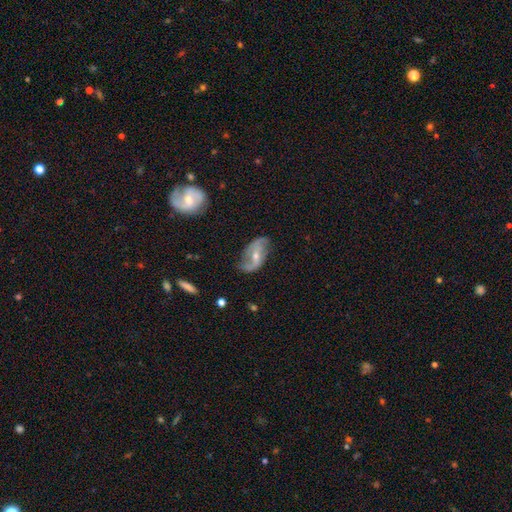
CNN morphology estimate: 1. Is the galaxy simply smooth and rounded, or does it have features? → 78% featured or disk, 14% smooth, 7% star or artifact.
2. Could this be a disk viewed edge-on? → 94% no, 6% yes.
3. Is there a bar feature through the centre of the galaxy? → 42% weak, 31% strong, 28% no.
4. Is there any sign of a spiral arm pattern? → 90% yes, 10% no.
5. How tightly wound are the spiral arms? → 58% loose, 30% medium, 12% tight.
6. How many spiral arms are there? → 86% 2, 7% can't tell, 4% 1, 1% 3, 1% 4, 1% more than 4.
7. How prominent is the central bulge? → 50% small, 46% moderate, 2% none, 1% large, 1% dominant.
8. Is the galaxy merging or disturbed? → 67% none, 22% minor disturbance, 9% major disturbance, 2% merger.